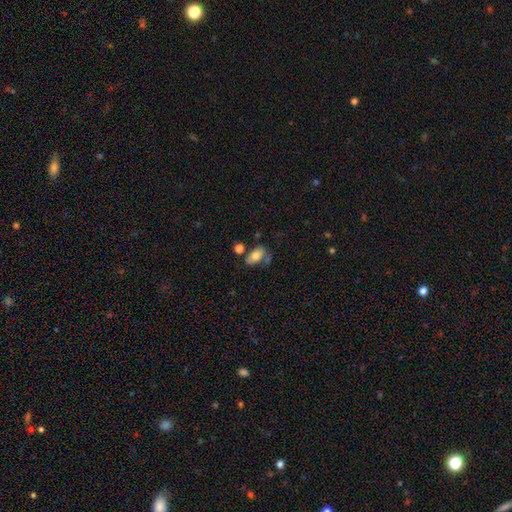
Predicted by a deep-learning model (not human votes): Morphology: type=smooth (75%); roundness=in between (91%); merging=none (48%).